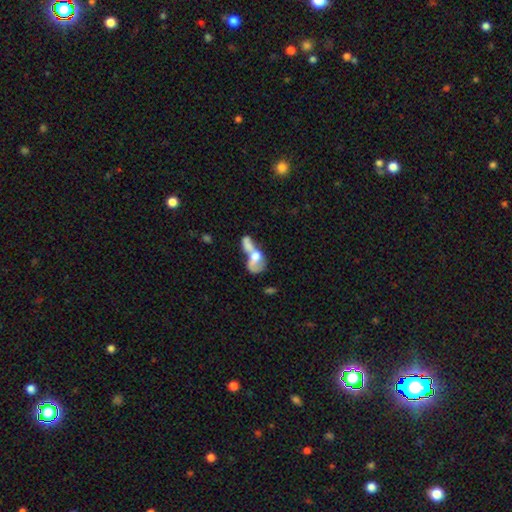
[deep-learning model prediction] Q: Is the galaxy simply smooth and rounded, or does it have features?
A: smooth — 51%.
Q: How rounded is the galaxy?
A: in between — 77%.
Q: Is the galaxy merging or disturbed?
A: merger — 72%.